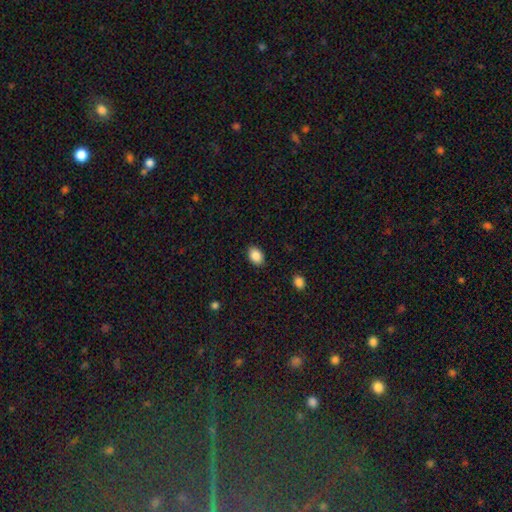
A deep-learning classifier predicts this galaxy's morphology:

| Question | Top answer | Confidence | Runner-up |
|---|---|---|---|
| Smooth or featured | smooth | 88% | star or artifact (8%) |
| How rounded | in between | 82% | round (17%) |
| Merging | none | 88% | minor disturbance (8%) |